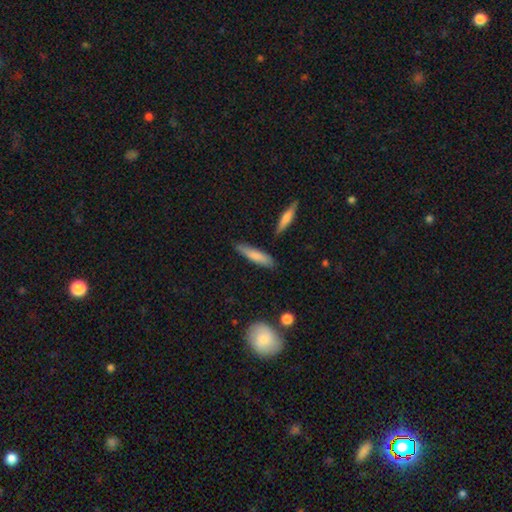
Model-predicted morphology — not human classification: Smooth or featured? smooth (78%)
How rounded? cigar-shaped (76%)
Merging? none (78%)